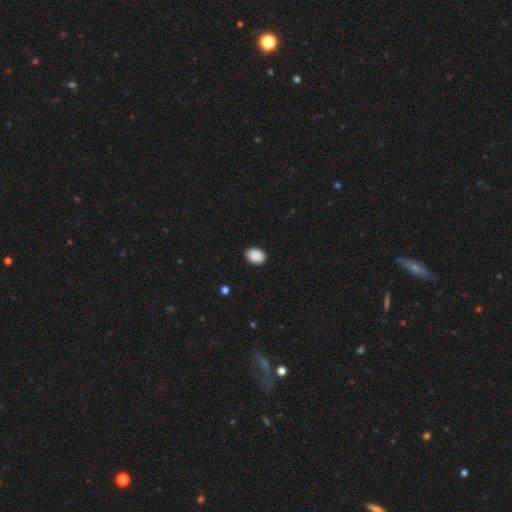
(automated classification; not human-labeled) Q: Smooth or featured?
A: smooth (90%); runner-up: star or artifact (8%)
Q: How rounded?
A: in between (68%); runner-up: round (31%)
Q: Merging?
A: none (89%); runner-up: minor disturbance (8%)